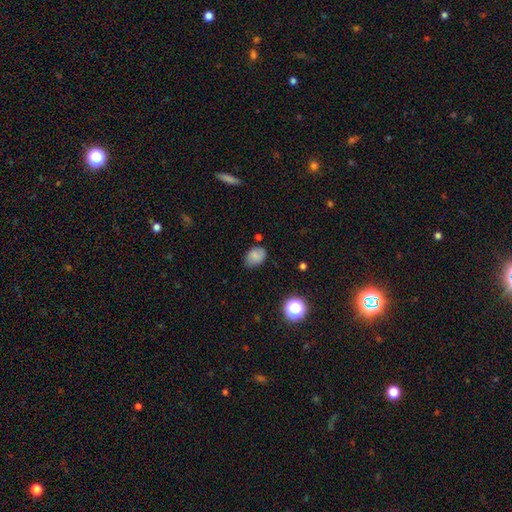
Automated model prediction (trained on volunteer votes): Q: Smooth or featured?
A: smooth (77%); runner-up: featured or disk (12%)
Q: How rounded?
A: in between (72%); runner-up: round (27%)
Q: Merging?
A: none (69%); runner-up: minor disturbance (24%)